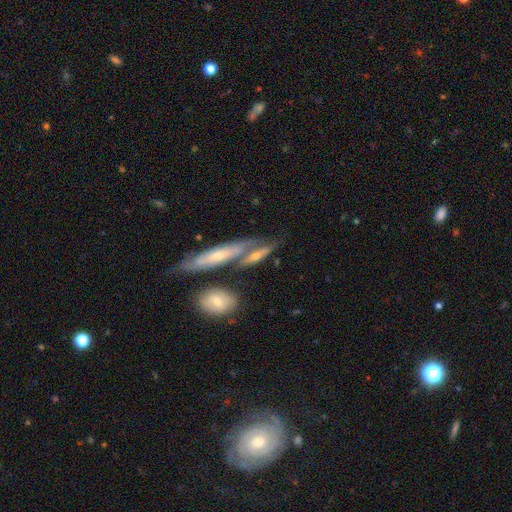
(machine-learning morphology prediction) smooth 47%, featured or disk 45%, star or artifact 8%. Down the decision tree: merging — none (43%).